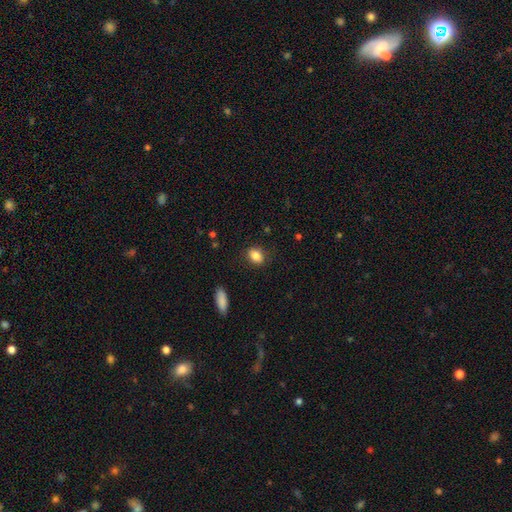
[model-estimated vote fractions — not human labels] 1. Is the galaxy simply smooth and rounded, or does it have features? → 86% smooth, 8% star or artifact, 6% featured or disk.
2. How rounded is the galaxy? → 73% in between, 25% round, 2% cigar-shaped.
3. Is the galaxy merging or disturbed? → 83% none, 13% minor disturbance, 3% major disturbance, 1% merger.